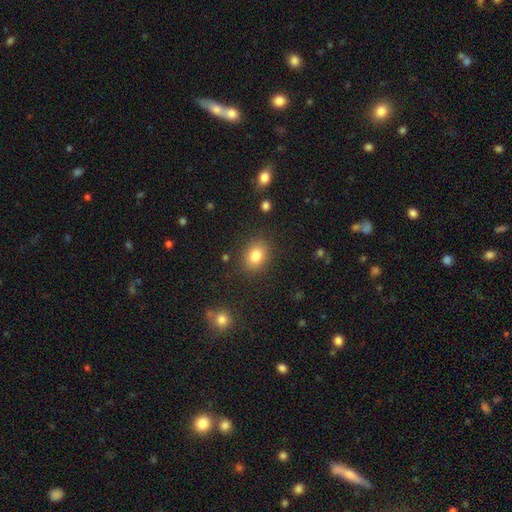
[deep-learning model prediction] smooth_or_featured: smooth (p=0.82) [alt: star or artifact p=0.11]
how_rounded: in between (p=0.52) [alt: round p=0.47]
merging: none (p=0.85) [alt: minor disturbance p=0.10]